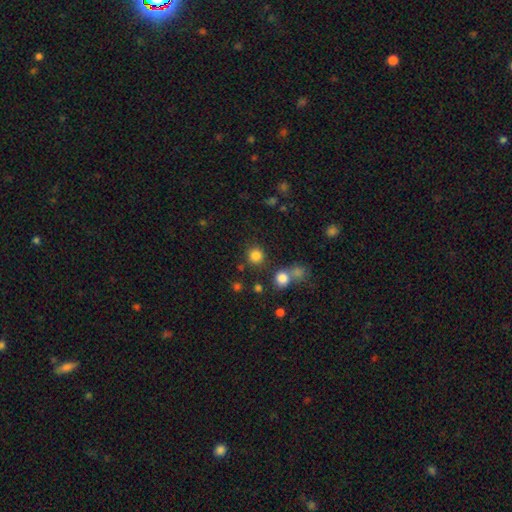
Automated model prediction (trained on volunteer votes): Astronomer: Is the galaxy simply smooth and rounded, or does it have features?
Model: smooth — 82%.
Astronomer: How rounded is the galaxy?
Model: round — 92%.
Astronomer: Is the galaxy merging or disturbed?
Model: none — 81%.